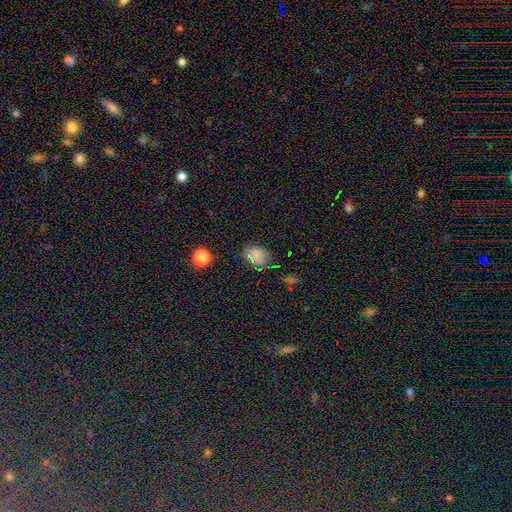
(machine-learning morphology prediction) Smooth or featured?
  - smooth: 67% *
  - star or artifact: 26%
  - featured or disk: 7%
How rounded?
  - in between: 67% *
  - round: 32%
  - cigar-shaped: 2%
Merging?
  - none: 77% *
  - minor disturbance: 15%
  - major disturbance: 5%
  - merger: 3%